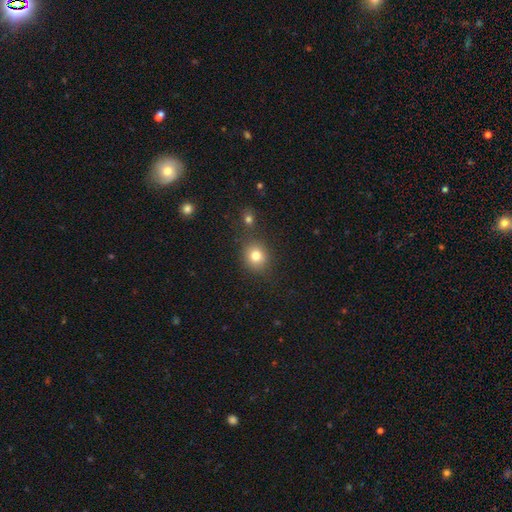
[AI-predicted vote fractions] Smooth or featured? smooth (79%)
How rounded? round (79%)
Merging? none (77%)